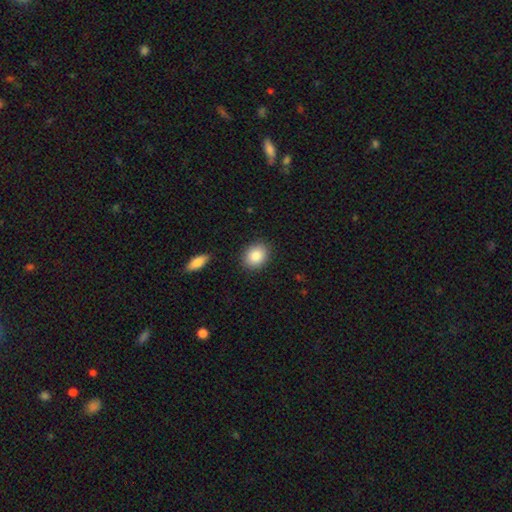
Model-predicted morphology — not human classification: A smooth galaxy with no disk features (87%) that is round (51%).

Vote fractions:
- Smooth or featured? smooth: 87% / star or artifact: 7% / featured or disk: 6%
- How rounded? round: 51% / in between: 48% / cigar-shaped: 1%
- Merging? none: 87% / minor disturbance: 9% / major disturbance: 2% / merger: 2%